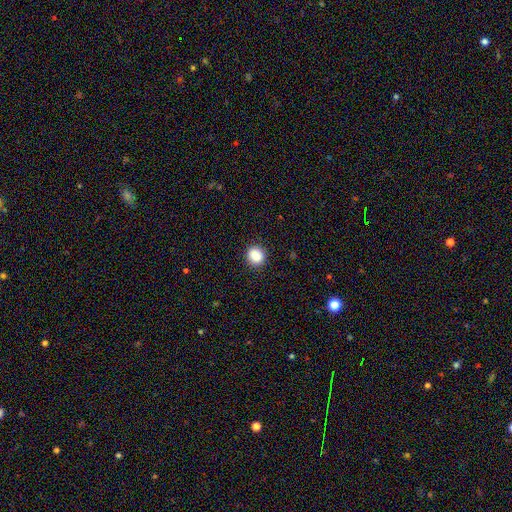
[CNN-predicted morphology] smooth-or-featured: smooth: 87% | star or artifact: 9% | featured or disk: 3%
  how-rounded: round: 81% | in between: 18% | cigar-shaped: 1%
  merging: none: 89% | minor disturbance: 7% | major disturbance: 2% | merger: 1%